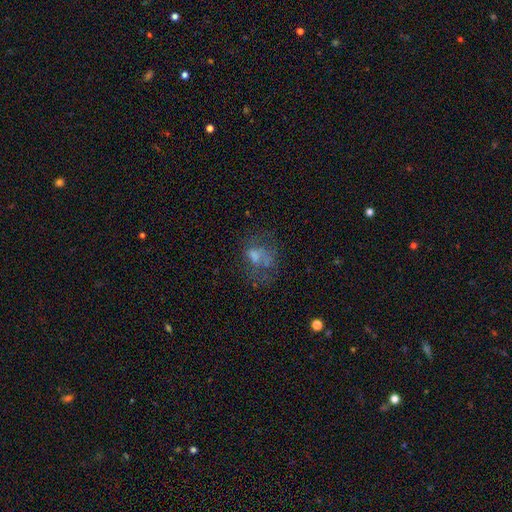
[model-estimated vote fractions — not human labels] Morphology: type=featured or disk (40%, tied with smooth); merging=none (44%).